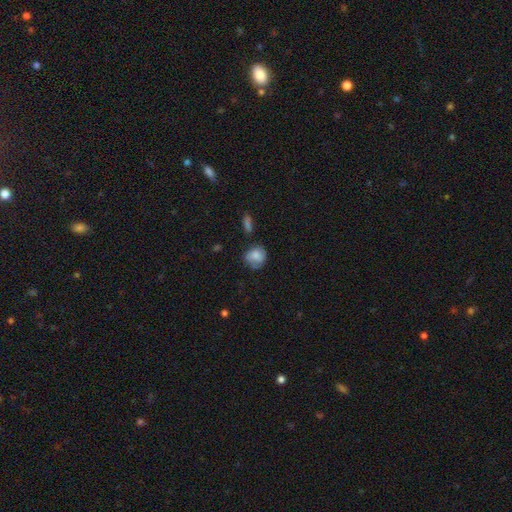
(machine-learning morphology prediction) A smooth galaxy with no disk features (80%) that is round (79%).

Vote fractions:
- Smooth or featured? smooth: 80% / featured or disk: 12% / star or artifact: 8%
- How rounded? round: 79% / in between: 20% / cigar-shaped: 1%
- Merging? none: 62% / minor disturbance: 26% / major disturbance: 7% / merger: 5%